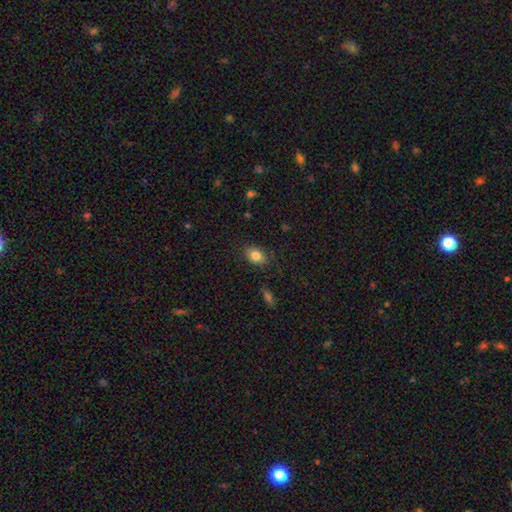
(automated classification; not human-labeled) This appears to be a smooth galaxy with no disk features (83%) that is in between round and cigar-shaped (71%). Merging: none (83%).